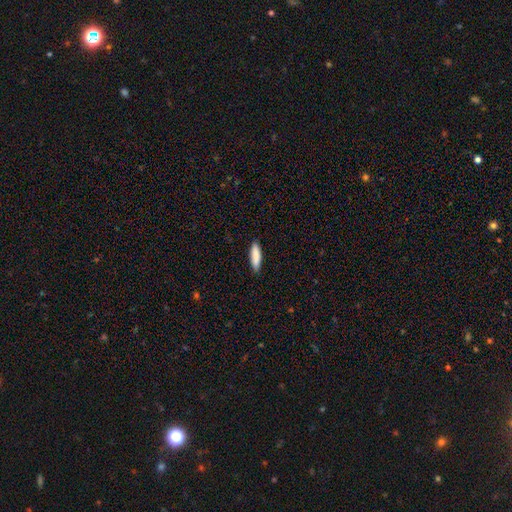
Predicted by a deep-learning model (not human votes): smooth-or-featured: smooth: 88% | featured or disk: 7% | star or artifact: 6%
  how-rounded: cigar-shaped: 66% | in between: 33% | round: 1%
  merging: none: 89% | minor disturbance: 9% | major disturbance: 2% | merger: 1%